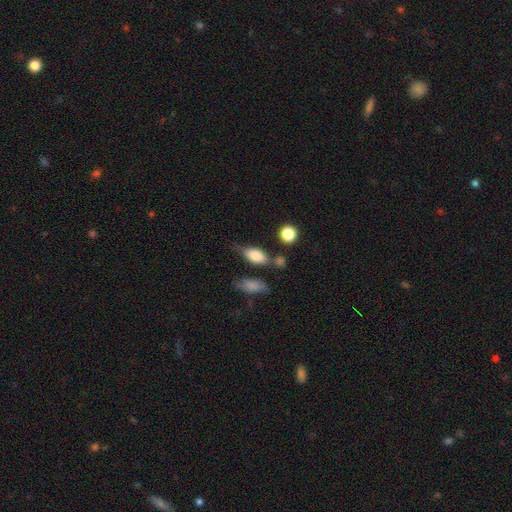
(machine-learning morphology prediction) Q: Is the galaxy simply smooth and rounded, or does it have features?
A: smooth — 76%.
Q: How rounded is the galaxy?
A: in between — 79%.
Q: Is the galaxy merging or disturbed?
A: none — 57%.